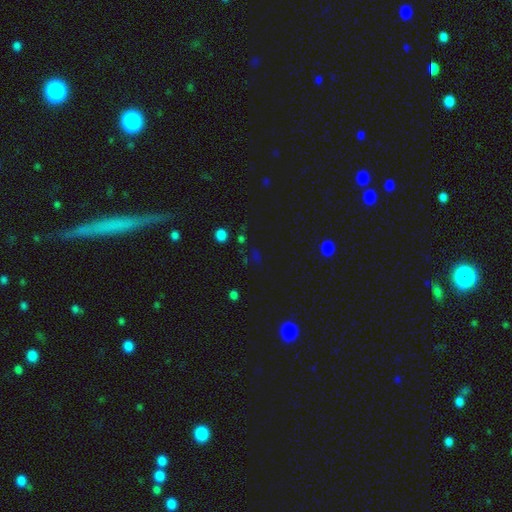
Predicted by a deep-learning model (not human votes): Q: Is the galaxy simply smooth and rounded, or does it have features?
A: star or artifact — 59%.